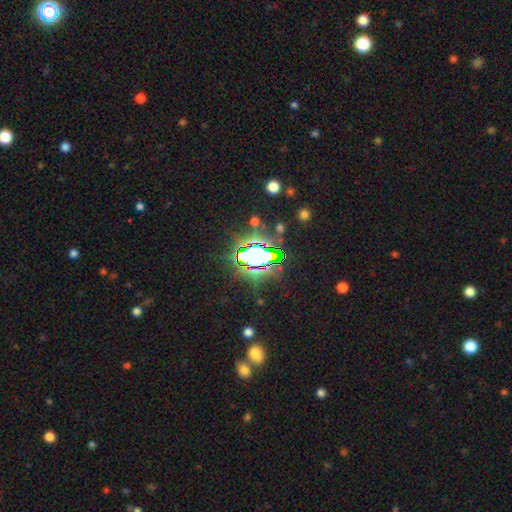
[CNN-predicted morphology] smooth_or_featured: star or artifact (p=0.71) [alt: smooth p=0.17]